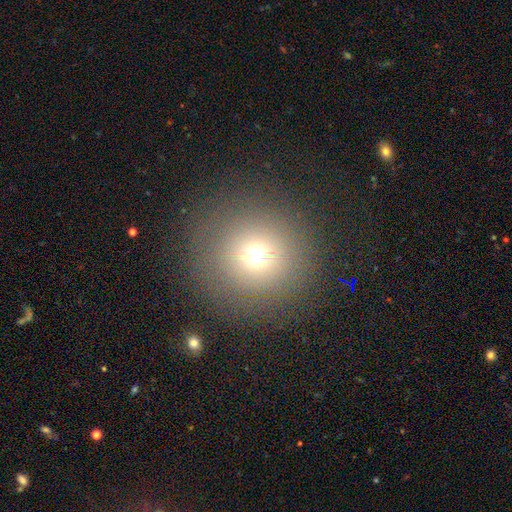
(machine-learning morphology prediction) This appears to be a smooth galaxy with no disk features (67%) that is round (93%). Merging: none (84%).